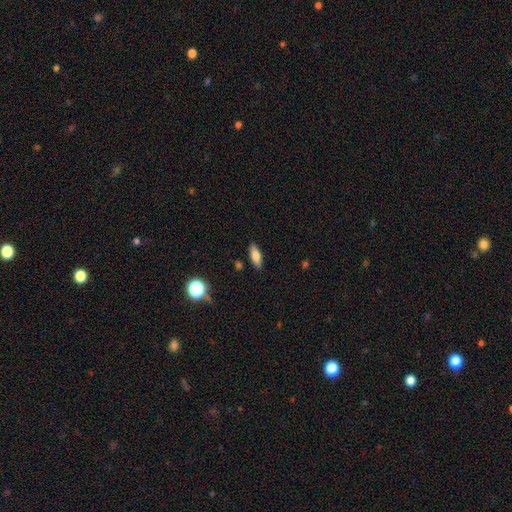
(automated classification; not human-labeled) A smooth galaxy with no disk features (76%) that is in between round and cigar-shaped (69%).

Vote fractions:
- Smooth or featured? smooth: 76% / featured or disk: 15% / star or artifact: 9%
- How rounded? in between: 69% / cigar-shaped: 28% / round: 3%
- Merging? none: 87% / minor disturbance: 9% / major disturbance: 2% / merger: 2%